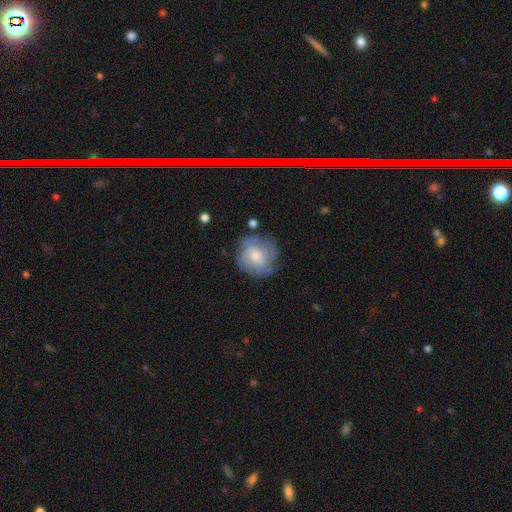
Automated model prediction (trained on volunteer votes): Smooth or featured: featured or disk — 48% (smooth — 44%)
Merging: none — 69% (minor disturbance — 20%)